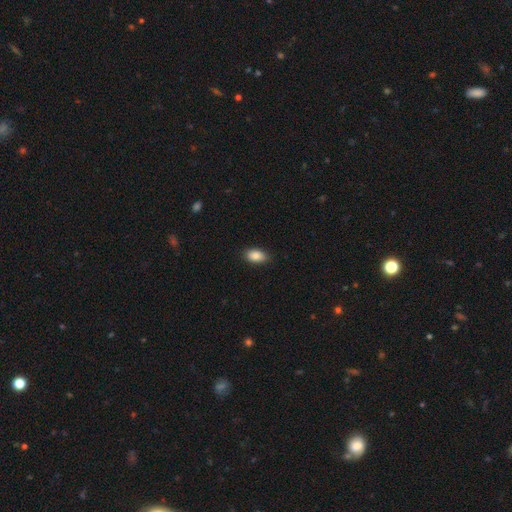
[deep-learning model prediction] smooth-or-featured: smooth: 88% | star or artifact: 7% | featured or disk: 5%
  how-rounded: in between: 92% | round: 6% | cigar-shaped: 3%
  merging: none: 86% | minor disturbance: 11% | major disturbance: 2% | merger: 1%